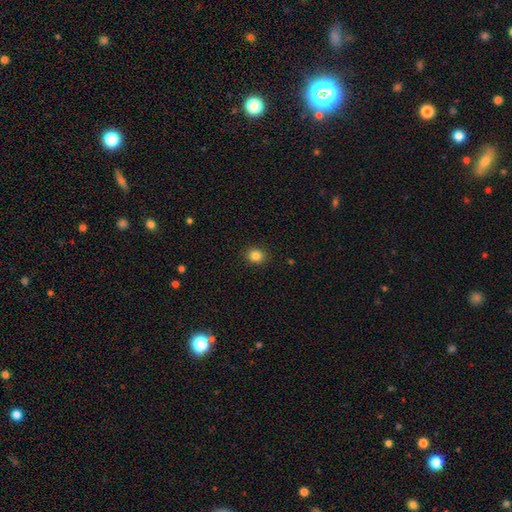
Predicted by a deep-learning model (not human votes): smooth_or_featured: smooth (p=0.84) [alt: star or artifact p=0.11]
how_rounded: round (p=0.76) [alt: in between p=0.23]
merging: none (p=0.91) [alt: minor disturbance p=0.06]